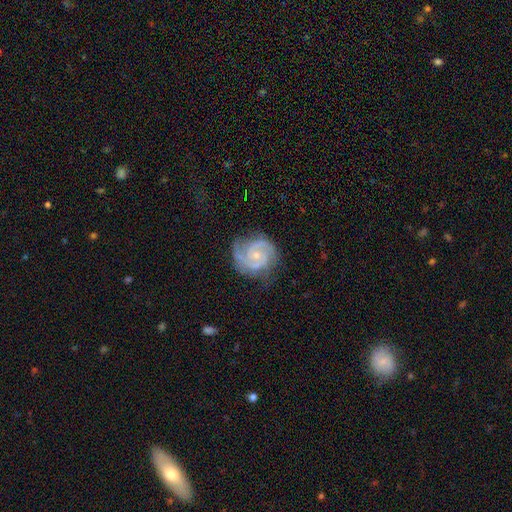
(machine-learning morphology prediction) Smooth or featured? Predicted: featured or disk (p=0.89). Edge-on disk? Predicted: no (p=0.98). Bar? Predicted: no (p=0.68). Spiral arms? Predicted: yes (p=0.98). Spiral winding? Predicted: tight (p=0.54). Spiral arm count? Predicted: 2 (p=0.62). Bulge size? Predicted: small (p=0.66). Merging? Predicted: none (p=0.71).